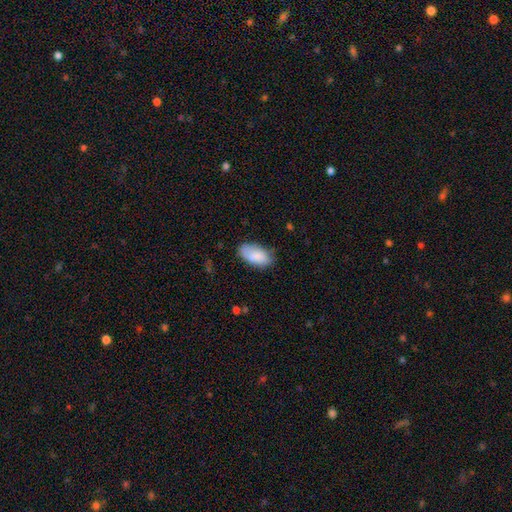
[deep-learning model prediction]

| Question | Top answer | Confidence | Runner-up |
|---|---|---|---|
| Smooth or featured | smooth | 83% | featured or disk (10%) |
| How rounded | in between | 95% | round (3%) |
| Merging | none | 68% | minor disturbance (24%) |